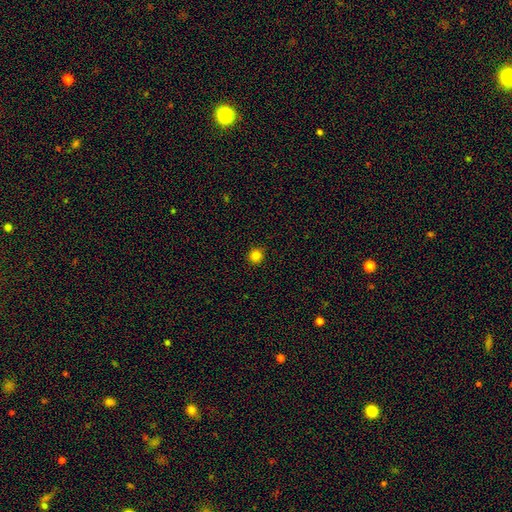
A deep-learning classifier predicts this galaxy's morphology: This is clearly a smooth galaxy (83%). How rounded: clearly round (92%). Merging: clearly none (92%).